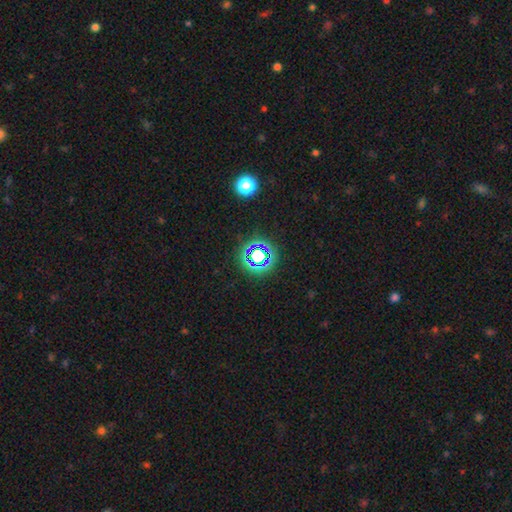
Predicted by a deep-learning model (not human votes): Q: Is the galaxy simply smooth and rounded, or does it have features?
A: star or artifact — 73%.